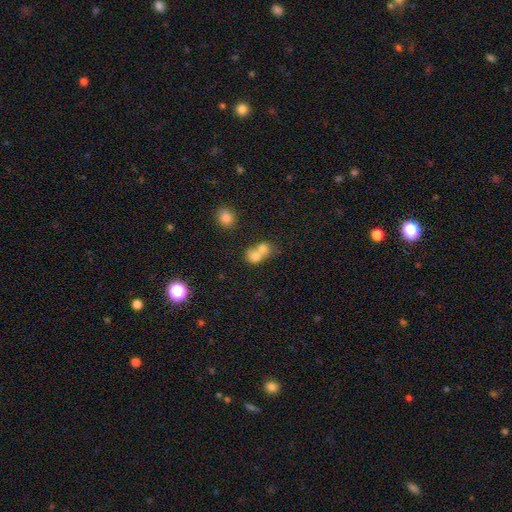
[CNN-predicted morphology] Smooth or featured? smooth (74%)
How rounded? round (63%)
Merging? merger (71%)